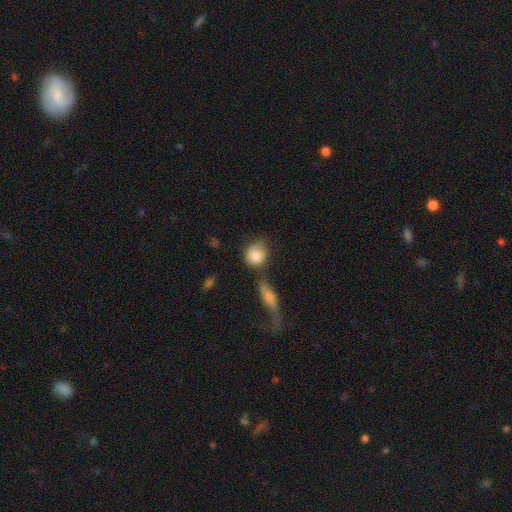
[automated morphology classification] The model was most divided on "merging": none: 43%, merger: 26%, minor disturbance: 19%, major disturbance: 11%. More confident: smooth or featured — smooth (84%); how rounded — round (74%).